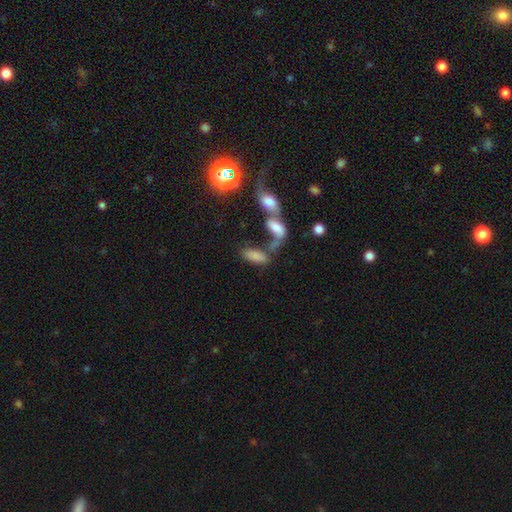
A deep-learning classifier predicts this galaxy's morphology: Smooth or featured? Predicted: smooth (p=0.77). How rounded? Predicted: in between (p=0.80). Merging? Predicted: merger (p=0.44).